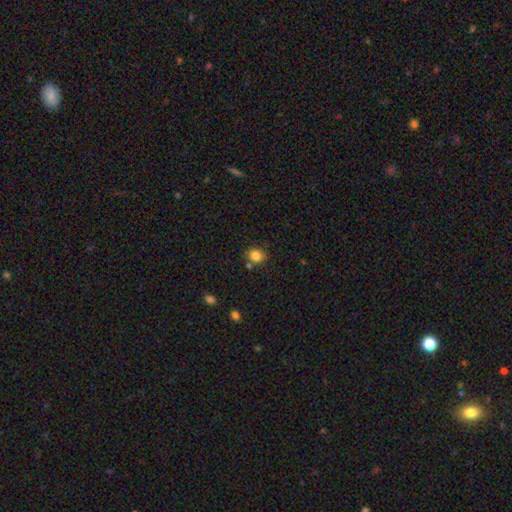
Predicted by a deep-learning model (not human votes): Smooth or featured: smooth — 82% (star or artifact — 12%)
How rounded: round — 70% (in between — 29%)
Merging: none — 74% (minor disturbance — 13%)